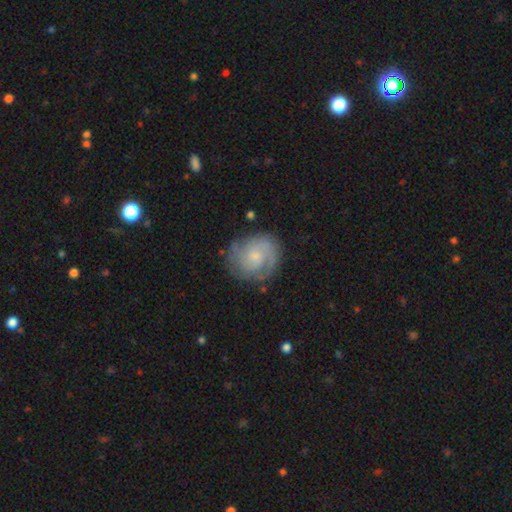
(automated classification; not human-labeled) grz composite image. It shows a featured or disk galaxy (77%) with no bar (68%), 2 (56%) tight (56%) spiral arms (95%) and a small central bulge (66%). Merging: none (78%).